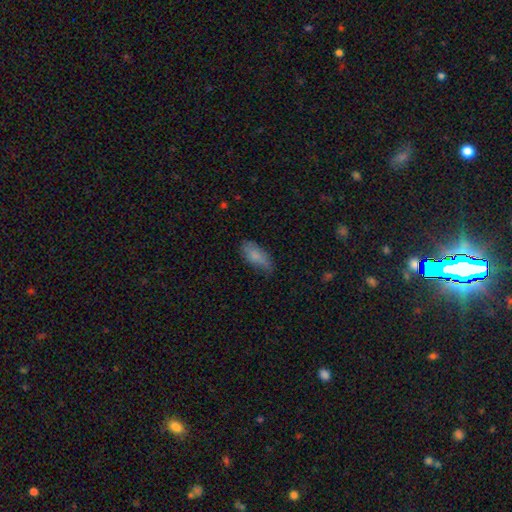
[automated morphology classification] smooth_or_featured: smooth (p=0.80) [alt: featured or disk p=0.13]
how_rounded: in between (p=0.85) [alt: cigar-shaped p=0.12]
merging: none (p=0.57) [alt: minor disturbance p=0.32]